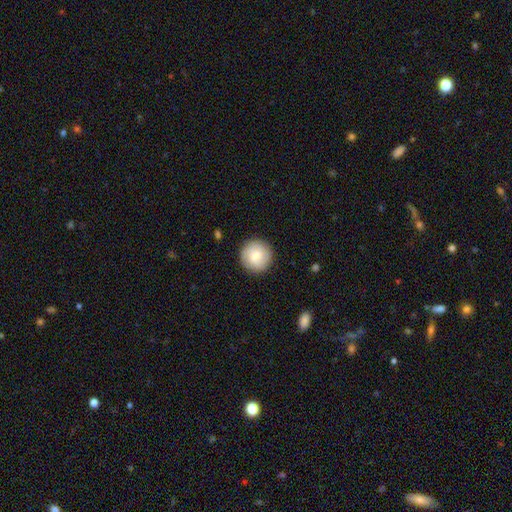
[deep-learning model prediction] smooth-or-featured: smooth: 72% | featured or disk: 22% | star or artifact: 6%
  how-rounded: round: 95% | in between: 4% | cigar-shaped: 1%
  merging: none: 90% | minor disturbance: 7% | major disturbance: 2% | merger: 1%